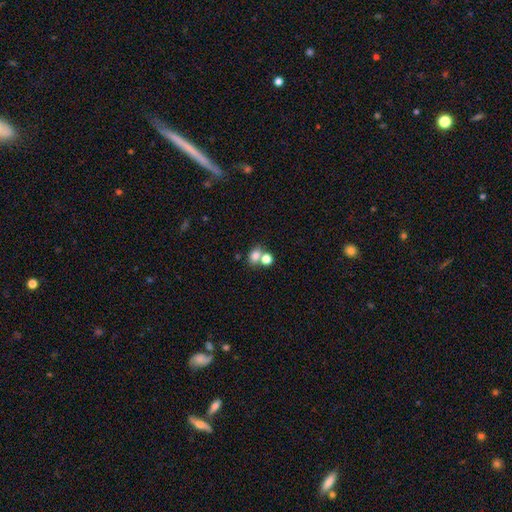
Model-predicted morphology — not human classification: Smooth or featured? Predicted: smooth (p=0.77). How rounded? Predicted: in between (p=0.53). Merging? Predicted: merger (p=0.46).